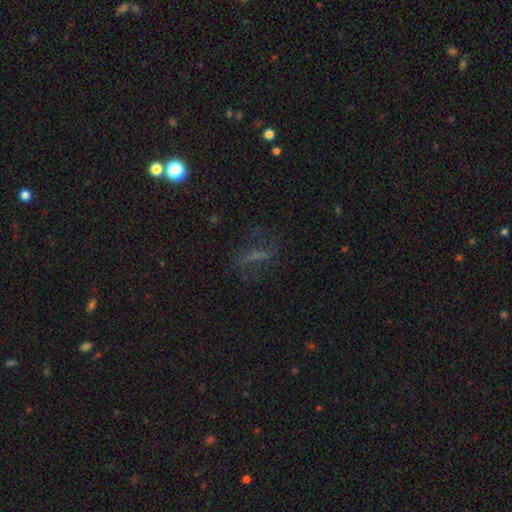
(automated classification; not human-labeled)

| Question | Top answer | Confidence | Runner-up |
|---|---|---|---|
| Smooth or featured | featured or disk | 46% | smooth (28%) |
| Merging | none | 63% | major disturbance (18%) |